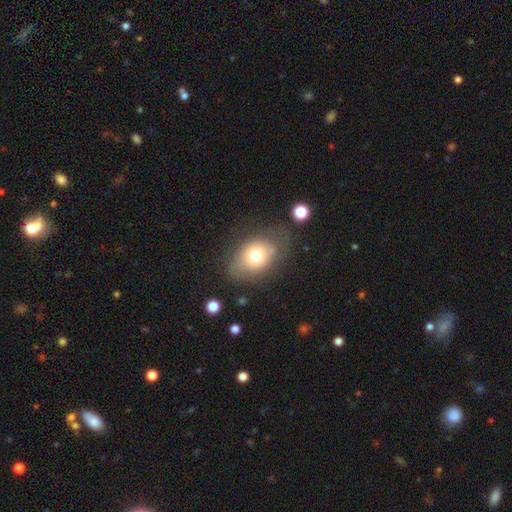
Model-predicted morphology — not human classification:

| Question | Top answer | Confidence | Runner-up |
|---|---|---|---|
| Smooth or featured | smooth | 71% | featured or disk (18%) |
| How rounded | in between | 69% | round (29%) |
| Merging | none | 64% | minor disturbance (22%) |